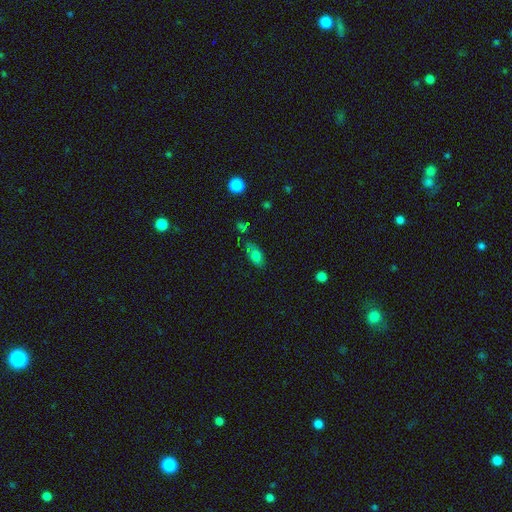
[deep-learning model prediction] This is likely a smooth galaxy (71%). How rounded: clearly in between (85%). Merging: likely none (61%).